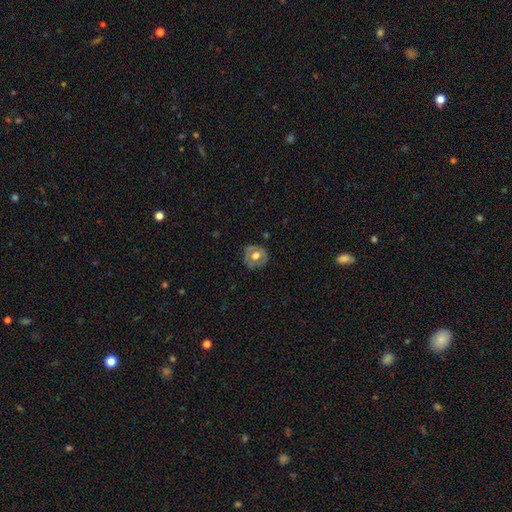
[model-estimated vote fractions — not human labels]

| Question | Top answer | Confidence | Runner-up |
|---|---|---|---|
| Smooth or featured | smooth | 47% | featured or disk (45%) |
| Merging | none | 78% | minor disturbance (16%) |